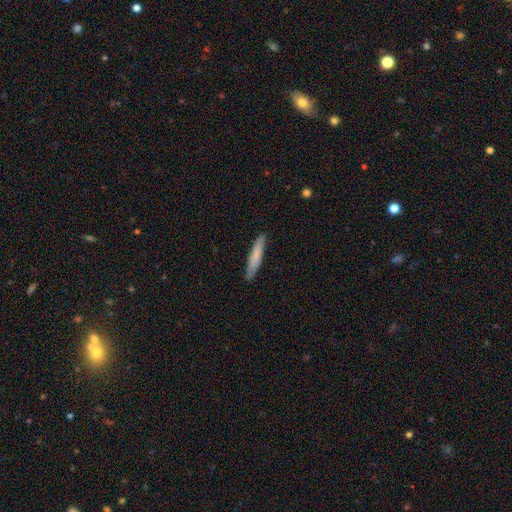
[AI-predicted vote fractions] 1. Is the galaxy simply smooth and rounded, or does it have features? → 73% smooth, 21% featured or disk, 6% star or artifact.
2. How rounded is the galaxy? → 92% cigar-shaped, 7% in between, 1% round.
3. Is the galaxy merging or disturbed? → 88% none, 10% minor disturbance, 2% major disturbance, 1% merger.